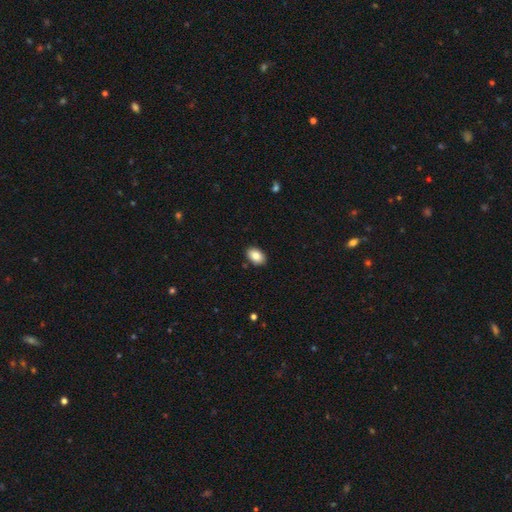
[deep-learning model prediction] This appears to be a smooth galaxy with no disk features (85%) that is in between round and cigar-shaped (88%). Merging: none (88%).